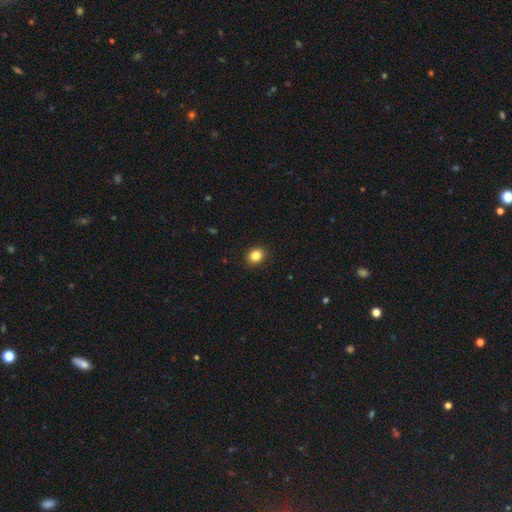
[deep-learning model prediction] This is clearly a smooth galaxy (84%). How rounded: likely round (68%). Merging: clearly none (91%).